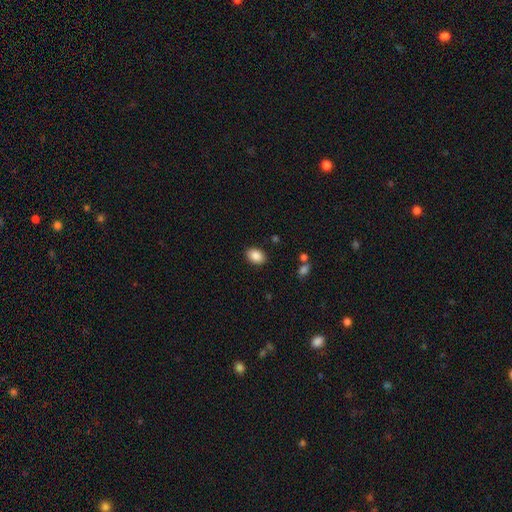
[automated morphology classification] This appears to be a smooth galaxy with no disk features (87%) that is in between round and cigar-shaped (80%). Merging: none (88%).